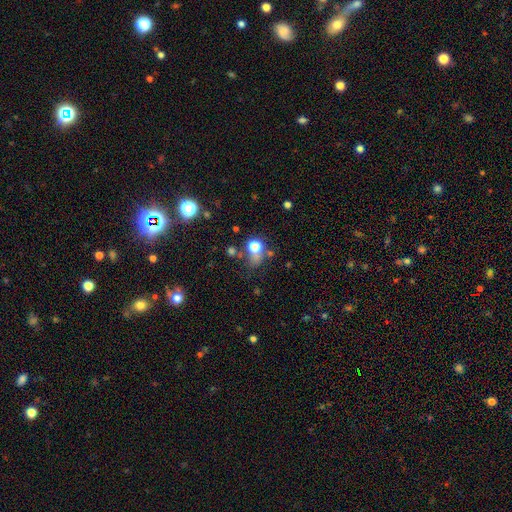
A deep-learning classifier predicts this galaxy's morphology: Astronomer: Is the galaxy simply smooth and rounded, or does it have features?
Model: smooth — 64%.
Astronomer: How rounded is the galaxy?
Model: round — 66%.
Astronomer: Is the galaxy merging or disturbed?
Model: none — 46%.